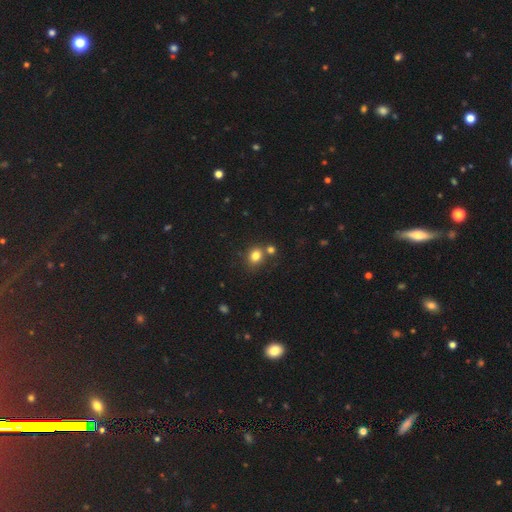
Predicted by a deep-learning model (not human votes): The model was most divided on "how rounded": round: 65%, in between: 34%, cigar-shaped: 1%. More confident: smooth or featured — smooth (79%); merging — none (64%).